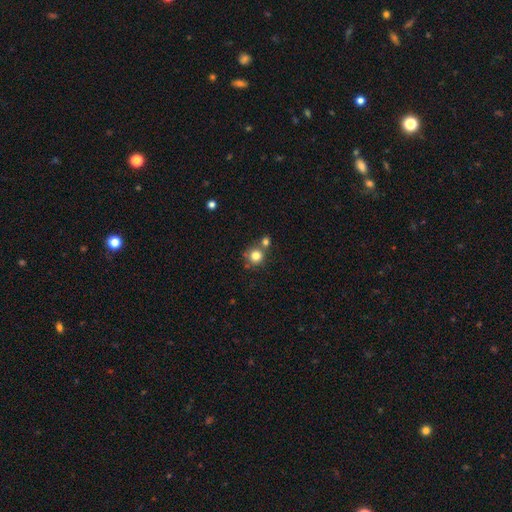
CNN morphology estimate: The model was most divided on "merging": none: 63%, merger: 25%, minor disturbance: 9%, major disturbance: 3%. More confident: how rounded — round (91%); smooth or featured — smooth (80%).